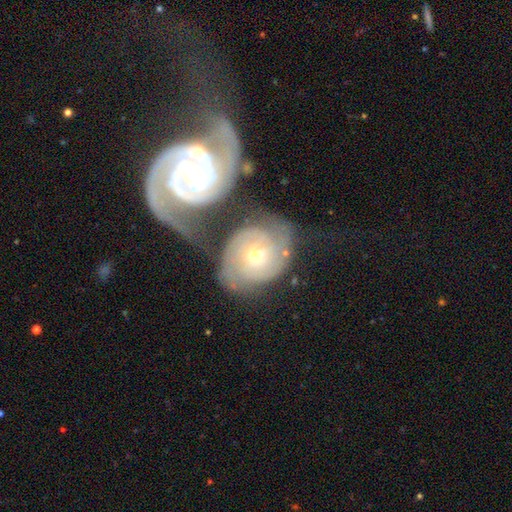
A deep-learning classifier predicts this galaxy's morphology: This appears to be a featured or disk galaxy (65%) with no bar (69%), 2 (45%) tight (53%) spiral arms (80%) and a moderate central bulge (50%). Merging: none (36%).